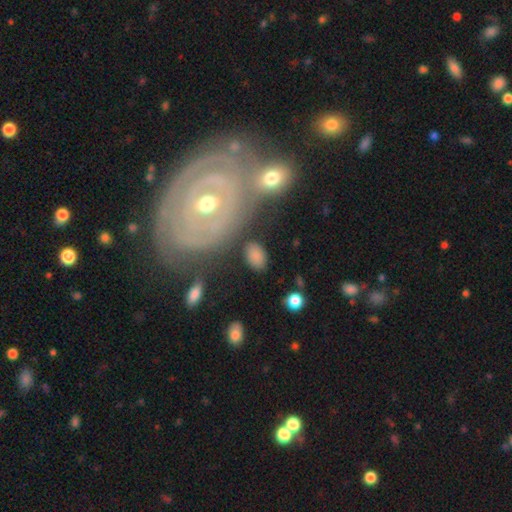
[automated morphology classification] Smooth or featured? Predicted: smooth (p=0.80). How rounded? Predicted: in between (p=0.85). Merging? Predicted: none (p=0.79).